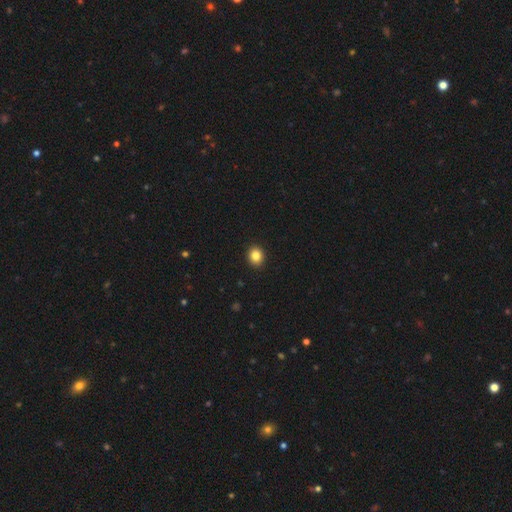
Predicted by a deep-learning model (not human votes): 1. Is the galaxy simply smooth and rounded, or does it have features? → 85% smooth, 10% star or artifact, 5% featured or disk.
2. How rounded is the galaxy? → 69% round, 30% in between, 1% cigar-shaped.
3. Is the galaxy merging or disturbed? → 92% none, 5% minor disturbance, 2% major disturbance, 1% merger.